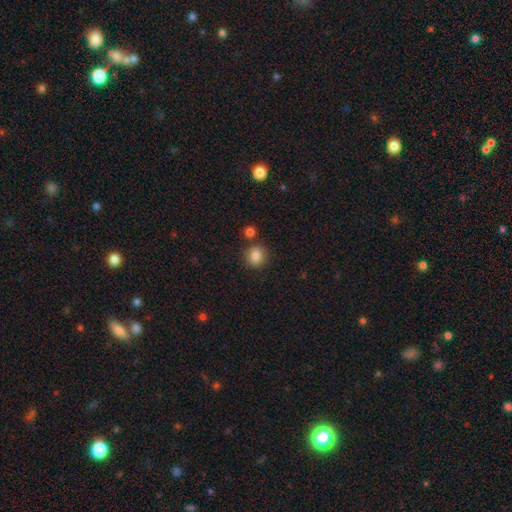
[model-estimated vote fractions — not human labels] Morphology: type=smooth (83%); roundness=round (85%); merging=none (81%).